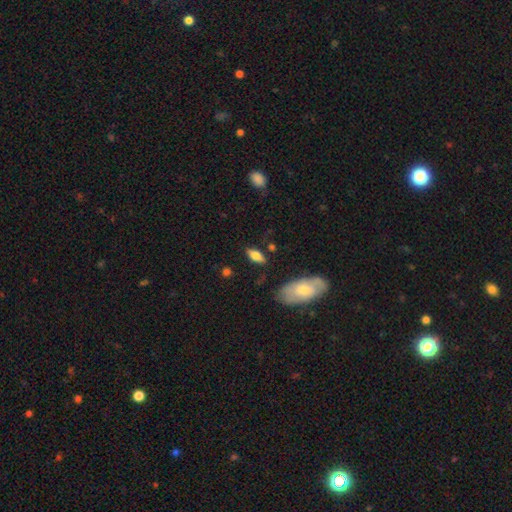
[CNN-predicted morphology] Smooth or featured: smooth — 68% (featured or disk — 24%)
How rounded: in between — 80% (cigar-shaped — 16%)
Merging: none — 79% (minor disturbance — 14%)